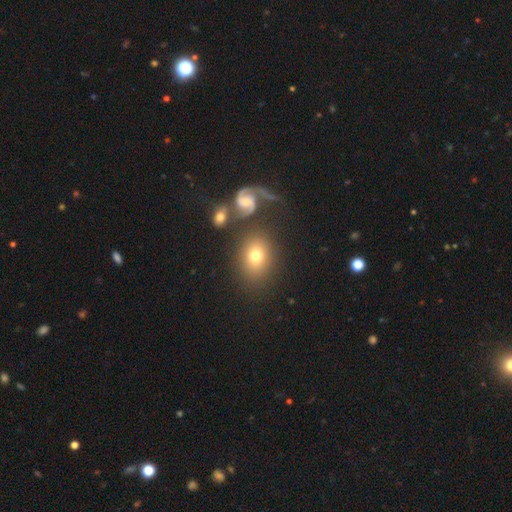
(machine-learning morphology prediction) smooth-or-featured: smooth: 66% | featured or disk: 24% | star or artifact: 10%
  how-rounded: in between: 51% | round: 48% | cigar-shaped: 1%
  merging: none: 74% | minor disturbance: 13% | merger: 8% | major disturbance: 6%